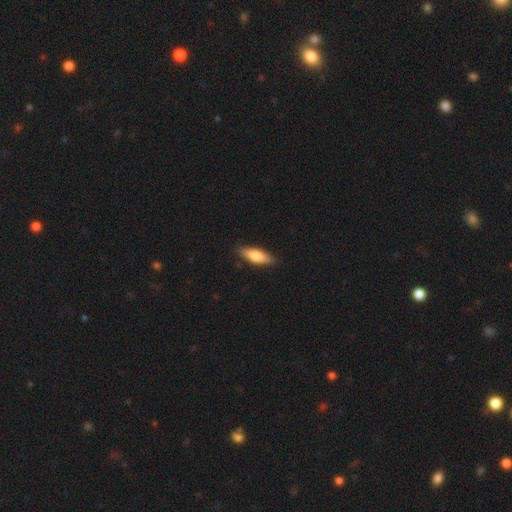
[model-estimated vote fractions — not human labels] A smooth galaxy with no disk features (77%) that is in between round and cigar-shaped (58%).

Vote fractions:
- Smooth or featured? smooth: 77% / featured or disk: 17% / star or artifact: 6%
- How rounded? in between: 58% / cigar-shaped: 40% / round: 2%
- Merging? none: 86% / minor disturbance: 11% / major disturbance: 2% / merger: 1%